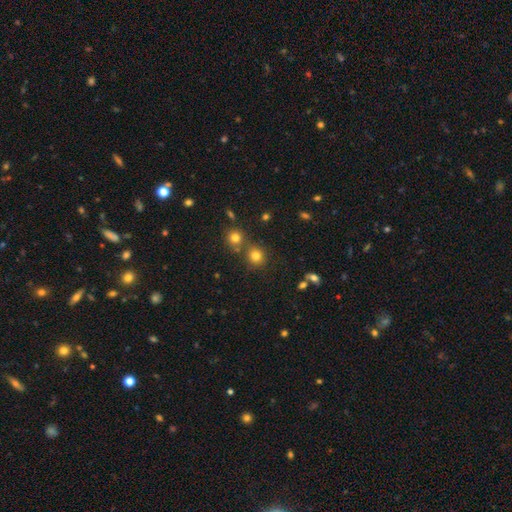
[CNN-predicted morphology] Smooth or featured? Predicted: smooth (p=0.78). How rounded? Predicted: round (p=0.88). Merging? Predicted: none (p=0.72).